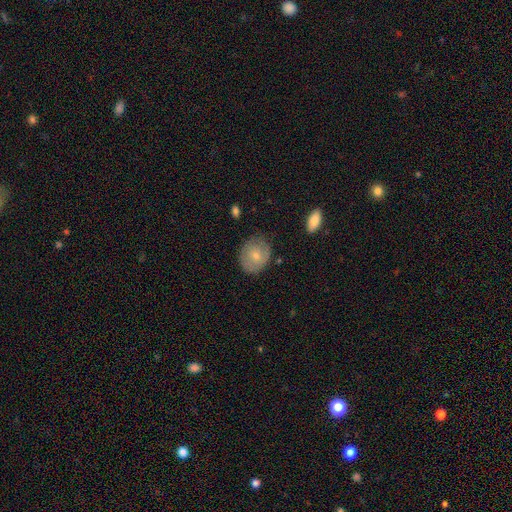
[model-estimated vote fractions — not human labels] Q: Smooth or featured?
A: smooth (65%); runner-up: featured or disk (28%)
Q: How rounded?
A: round (63%); runner-up: in between (36%)
Q: Merging?
A: none (75%); runner-up: minor disturbance (19%)